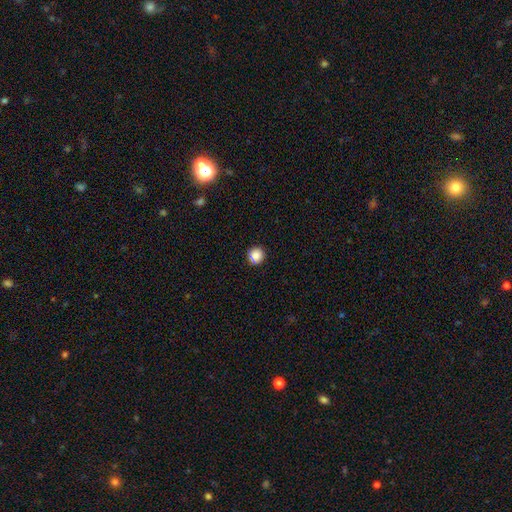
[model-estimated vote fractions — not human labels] Smooth or featured? smooth (84%)
How rounded? round (92%)
Merging? none (86%)